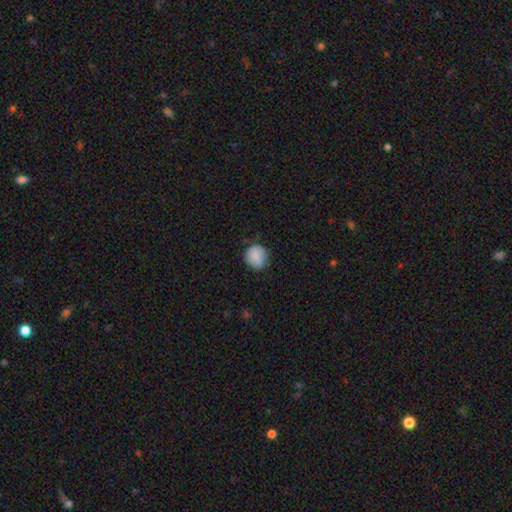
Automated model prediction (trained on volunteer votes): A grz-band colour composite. It shows a smooth galaxy with no disk features (86%) that is round (88%). Merging: none (79%).